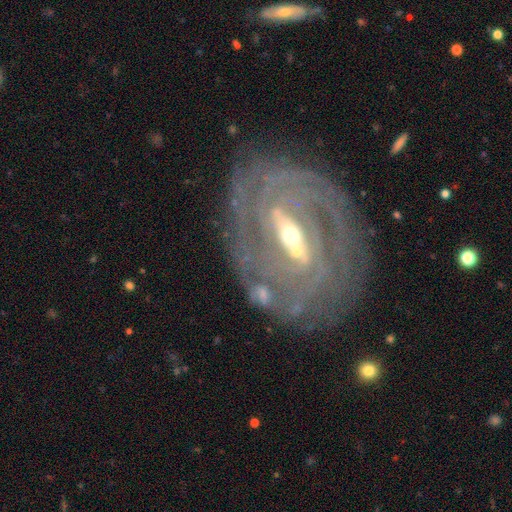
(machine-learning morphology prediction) This appears to be a featured or disk galaxy (88%) with a strong bar (58%), tight (79%) spiral arms (92%) and a moderate central bulge (49%). Merging: none (78%).